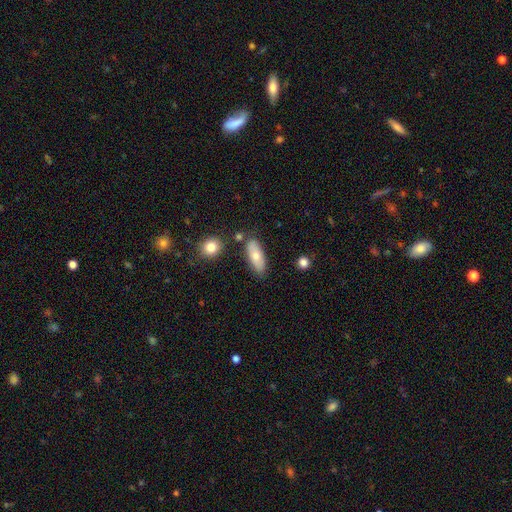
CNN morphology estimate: This appears to be a smooth galaxy with no disk features (70%) that is in between round and cigar-shaped (78%). Merging: none (76%).